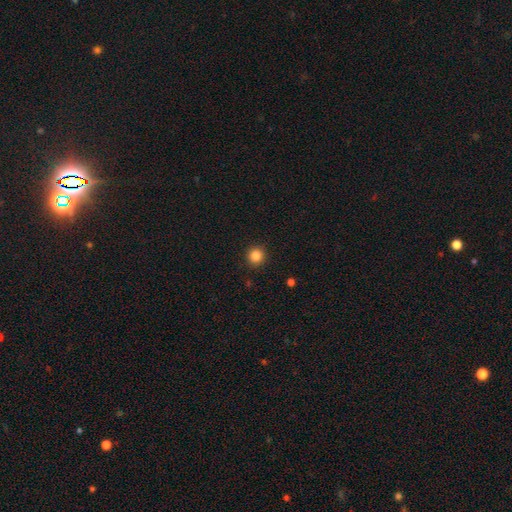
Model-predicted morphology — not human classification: smooth-or-featured: smooth: 85% | star or artifact: 11% | featured or disk: 4%
  how-rounded: round: 95% | in between: 4% | cigar-shaped: 1%
  merging: none: 91% | minor disturbance: 5% | major disturbance: 2% | merger: 1%